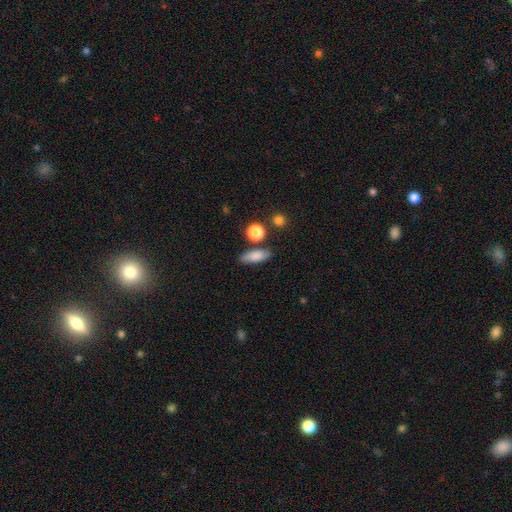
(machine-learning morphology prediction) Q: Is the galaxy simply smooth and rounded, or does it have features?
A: smooth — 82%.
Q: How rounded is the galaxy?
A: in between — 64%.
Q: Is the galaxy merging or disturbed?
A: none — 79%.